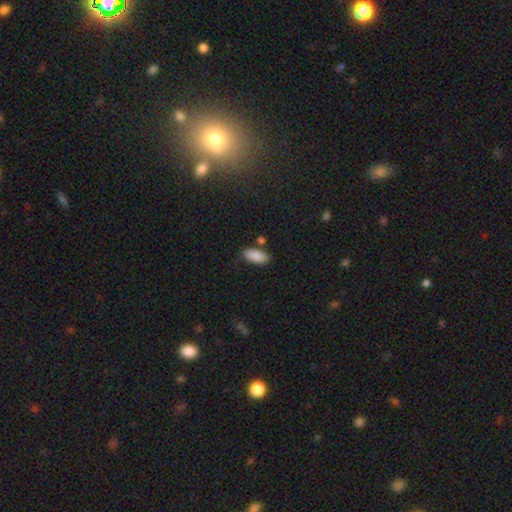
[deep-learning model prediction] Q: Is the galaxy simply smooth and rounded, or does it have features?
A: smooth — 89%.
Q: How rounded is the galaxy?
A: in between — 89%.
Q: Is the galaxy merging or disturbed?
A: none — 76%.